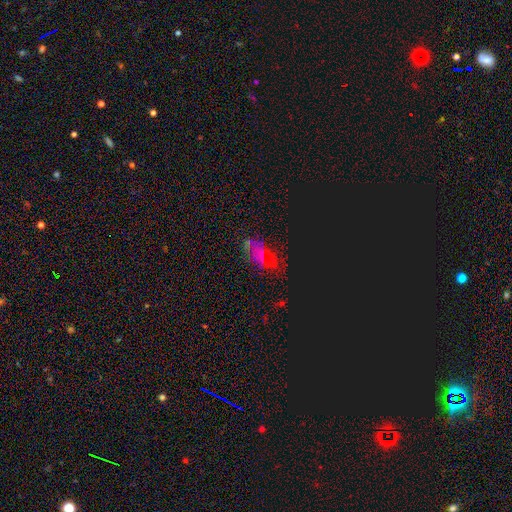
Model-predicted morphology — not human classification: Overall: smooth (42%; star or artifact 38%). Merging: none (56%; minor disturbance 22%).